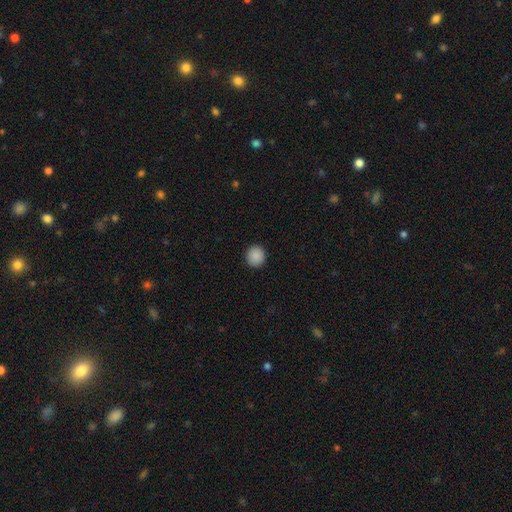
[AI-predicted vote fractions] Smooth or featured? Predicted: smooth (p=0.89). How rounded? Predicted: round (p=0.94). Merging? Predicted: none (p=0.93).